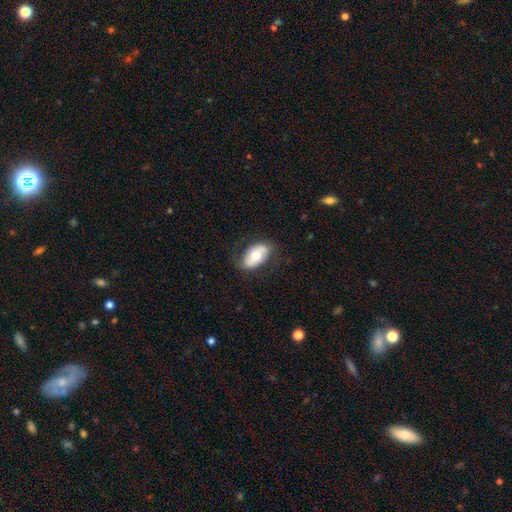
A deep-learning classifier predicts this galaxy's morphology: The model was most divided on "smooth or featured": smooth: 57%, featured or disk: 37%, star or artifact: 6%. More confident: how rounded — in between (92%); merging — none (75%).